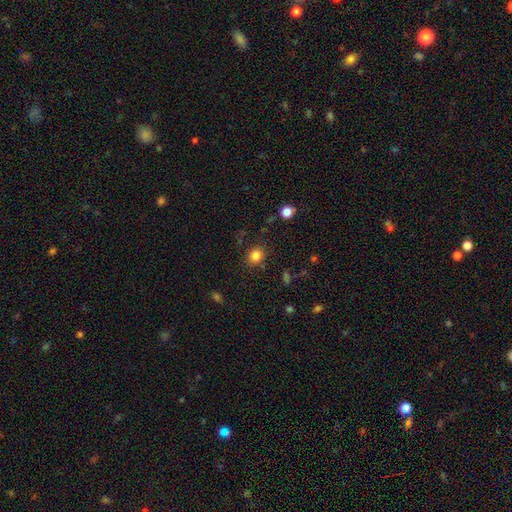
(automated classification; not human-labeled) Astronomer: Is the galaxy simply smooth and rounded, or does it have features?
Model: smooth — 83%.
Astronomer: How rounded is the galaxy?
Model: round — 67%.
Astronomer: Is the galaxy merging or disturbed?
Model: none — 84%.